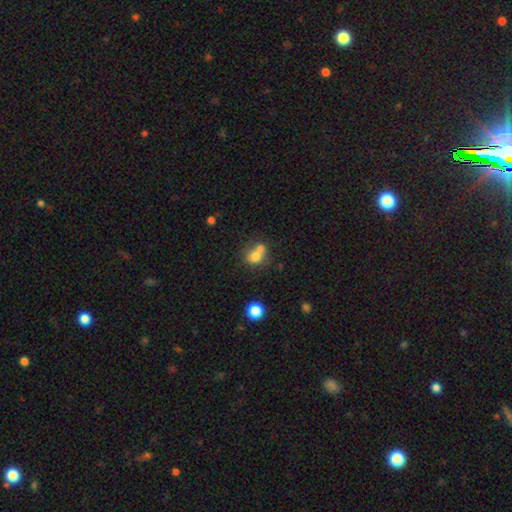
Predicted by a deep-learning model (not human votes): Morphology: type=smooth (74%); roundness=round (70%); merging=merger (54%).